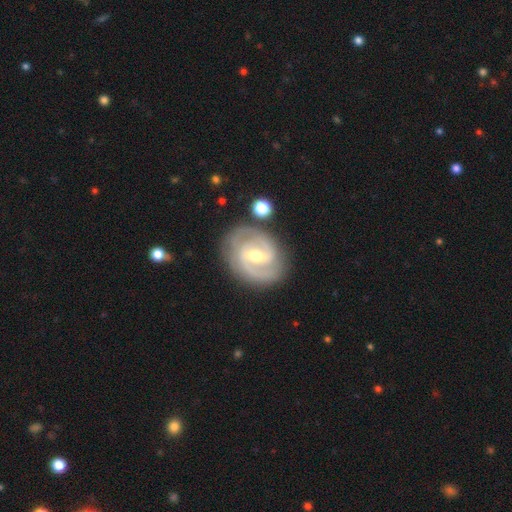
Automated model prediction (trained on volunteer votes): The model was most divided on "spiral winding": tight: 47%, medium: 44%, loose: 10%. Remaining: edge-on disk — no (97%); spiral arms — yes (95%); smooth or featured — featured or disk (87%); merging — none (79%); spiral arm count — 2 (79%); bulge size — moderate (63%); bar — weak (49%).